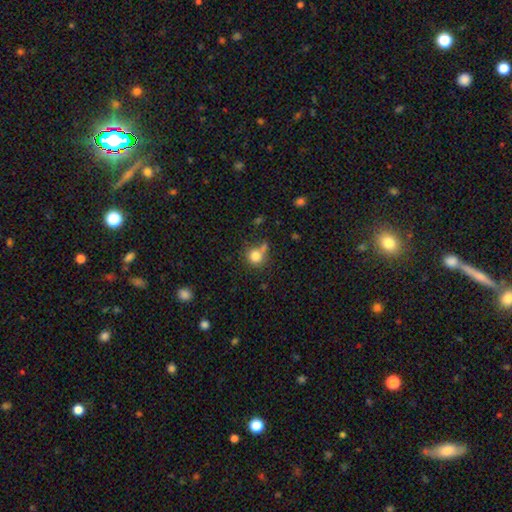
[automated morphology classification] smooth 81%, star or artifact 11%, featured or disk 8%. Down the decision tree: how rounded — round (85%); merging — none (57%).